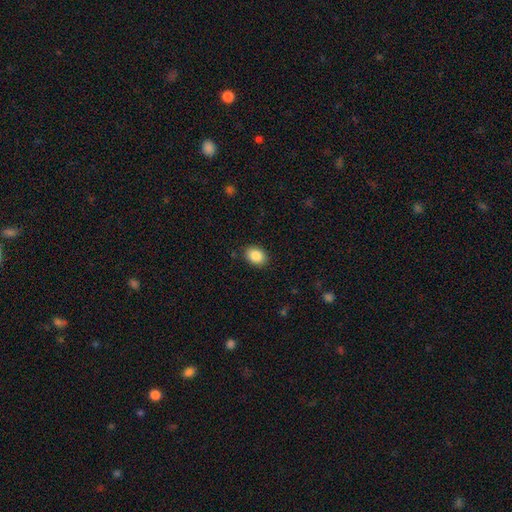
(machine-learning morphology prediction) smooth-or-featured: smooth: 88% | star or artifact: 8% | featured or disk: 4%
  how-rounded: in between: 76% | round: 23% | cigar-shaped: 1%
  merging: none: 88% | minor disturbance: 9% | major disturbance: 2% | merger: 1%